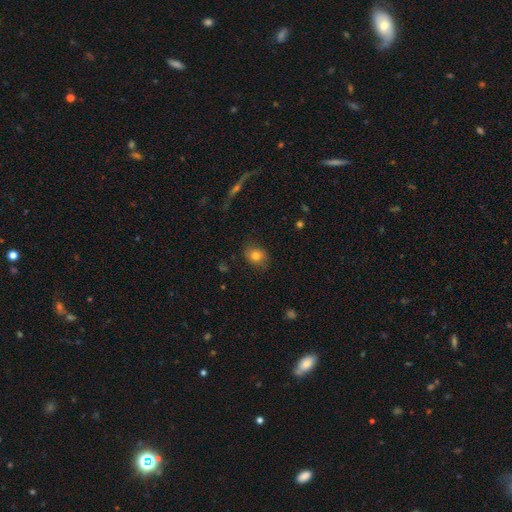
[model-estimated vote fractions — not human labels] A smooth galaxy with no disk features (77%) that is round (57%).

Vote fractions:
- Smooth or featured? smooth: 77% / featured or disk: 12% / star or artifact: 11%
- How rounded? round: 57% / in between: 42% / cigar-shaped: 1%
- Merging? none: 80% / minor disturbance: 15% / major disturbance: 4% / merger: 1%